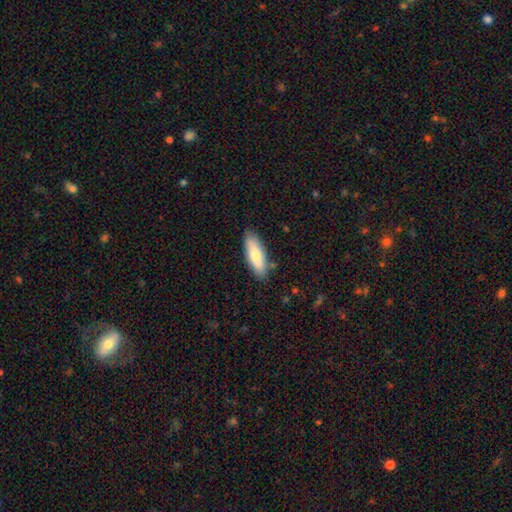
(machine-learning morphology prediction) type=smooth (74%); roundness=in between (59%); merging=none (83%).